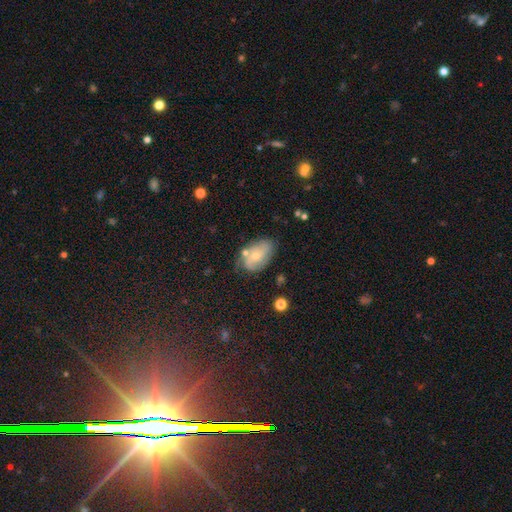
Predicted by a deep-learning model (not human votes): Smooth or featured: featured or disk — 50% (smooth — 41%)
Edge-on disk: no — 94% (yes — 6%)
Merging: none — 58% (minor disturbance — 24%)